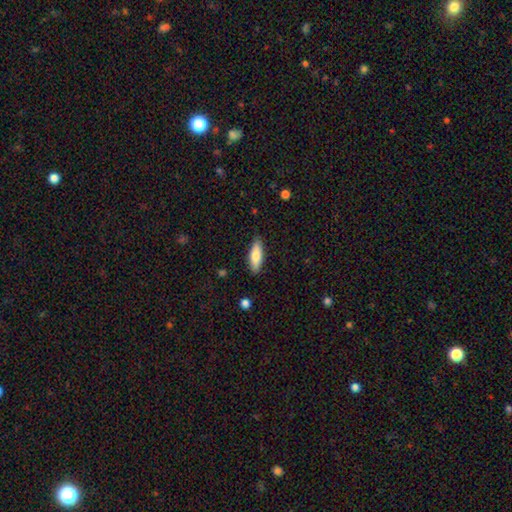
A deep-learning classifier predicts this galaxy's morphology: Smooth or featured: smooth — 77% (featured or disk — 17%)
How rounded: in between — 60% (cigar-shaped — 38%)
Merging: none — 87% (minor disturbance — 10%)